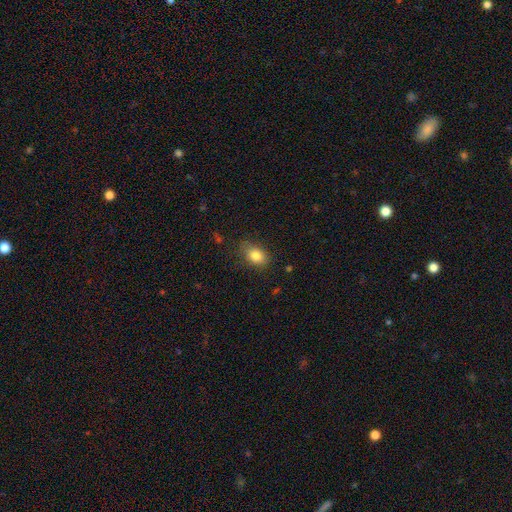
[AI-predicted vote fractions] Q: Smooth or featured?
A: smooth (83%); runner-up: star or artifact (9%)
Q: How rounded?
A: in between (78%); runner-up: round (21%)
Q: Merging?
A: none (77%); runner-up: minor disturbance (18%)